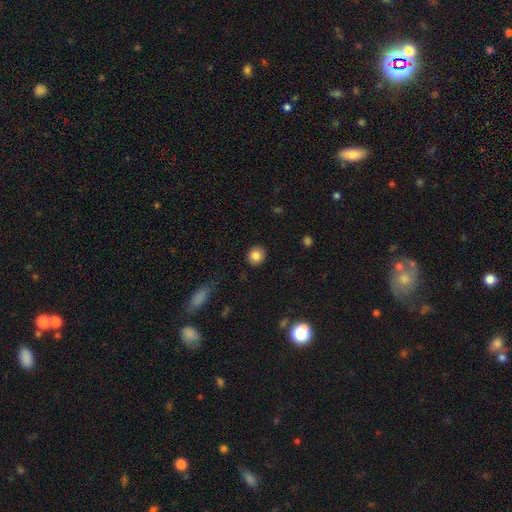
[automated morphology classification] A smooth galaxy with no disk features (85%) that is round (85%).

Vote fractions:
- Smooth or featured? smooth: 85% / star or artifact: 10% / featured or disk: 6%
- How rounded? round: 85% / in between: 14% / cigar-shaped: 1%
- Merging? none: 89% / minor disturbance: 7% / major disturbance: 2% / merger: 1%